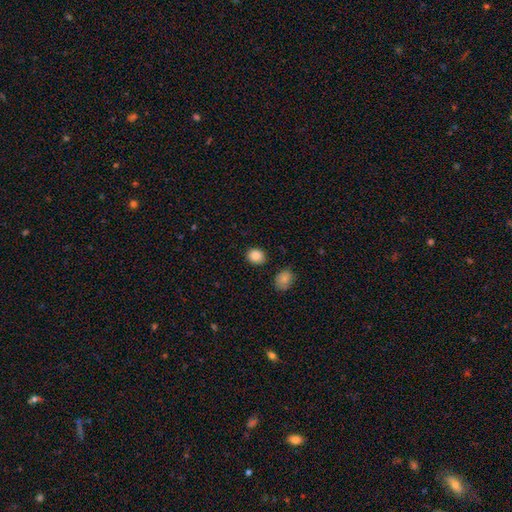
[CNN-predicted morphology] The model was most divided on "how rounded": round: 63%, in between: 36%, cigar-shaped: 1%. More confident: smooth or featured — smooth (88%); merging — none (86%).